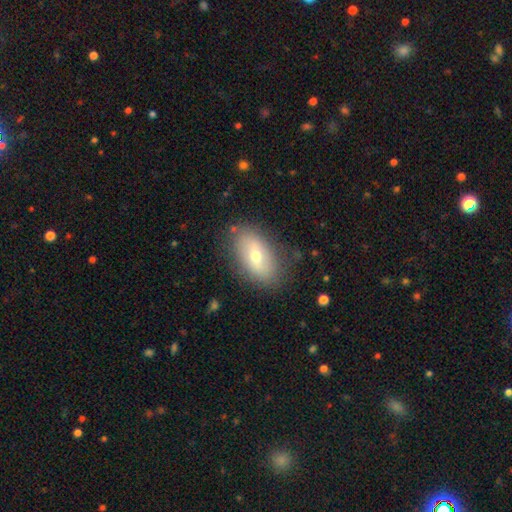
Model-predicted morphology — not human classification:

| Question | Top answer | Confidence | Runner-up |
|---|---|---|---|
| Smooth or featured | smooth | 59% | featured or disk (33%) |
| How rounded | in between | 90% | round (6%) |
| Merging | none | 82% | minor disturbance (13%) |